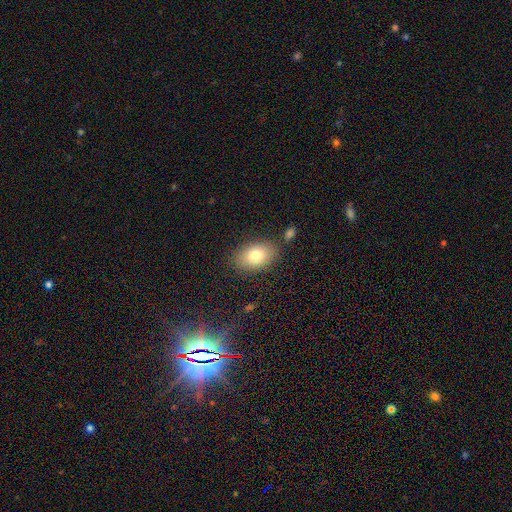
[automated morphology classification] Smooth or featured: smooth — 79% (featured or disk — 13%)
How rounded: in between — 87% (round — 12%)
Merging: none — 81% (minor disturbance — 11%)